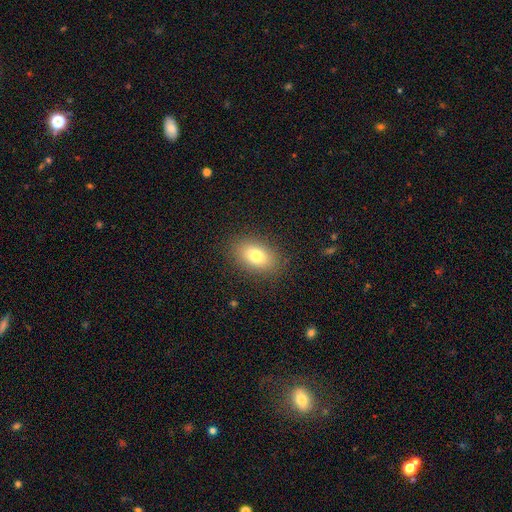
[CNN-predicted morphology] Smooth or featured: smooth — 78% (featured or disk — 12%)
How rounded: in between — 86% (round — 13%)
Merging: none — 86% (minor disturbance — 9%)